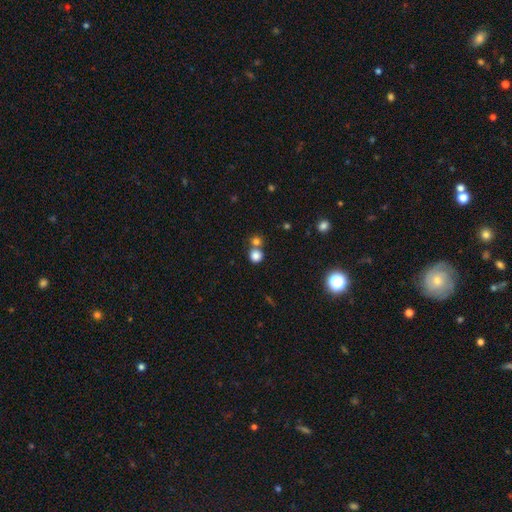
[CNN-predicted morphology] smooth_or_featured: smooth (p=0.82) [alt: star or artifact p=0.12]
how_rounded: round (p=0.89) [alt: in between p=0.10]
merging: none (p=0.57) [alt: merger p=0.33]